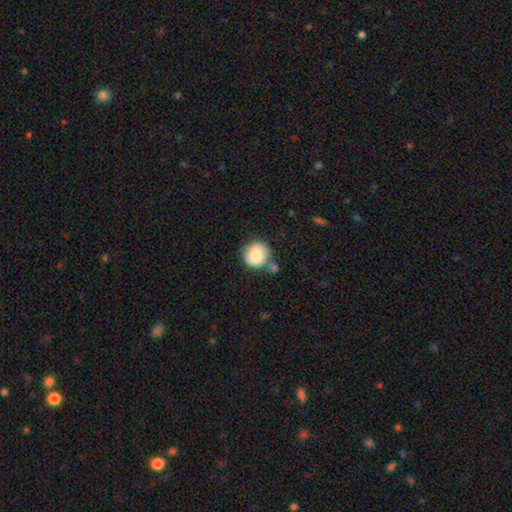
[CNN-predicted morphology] Smooth or featured? smooth (67%)
How rounded? round (88%)
Merging? none (55%)